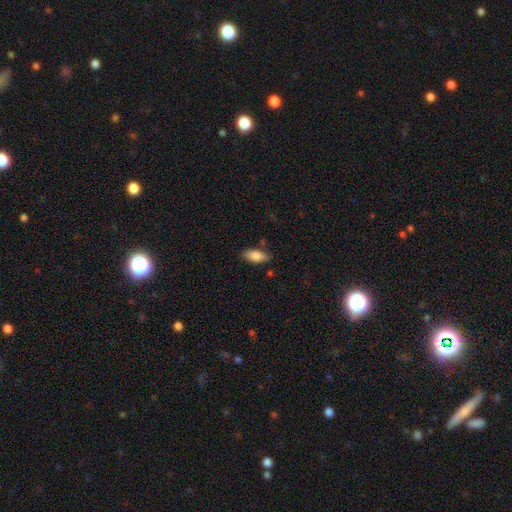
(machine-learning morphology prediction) This appears to be a smooth galaxy with no disk features (83%) that is in between round and cigar-shaped (87%). Merging: none (82%).